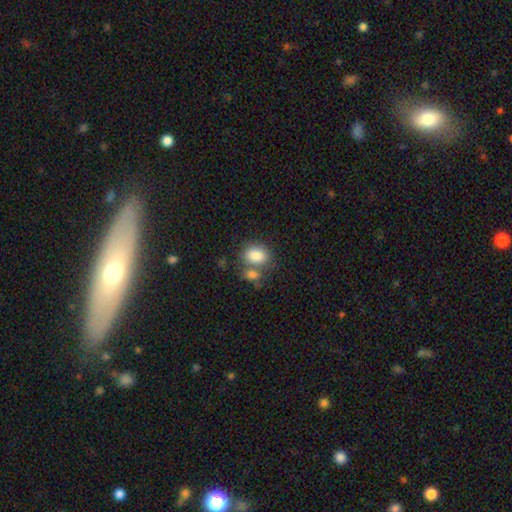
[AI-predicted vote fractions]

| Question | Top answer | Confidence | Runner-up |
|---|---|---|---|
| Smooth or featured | smooth | 84% | star or artifact (8%) |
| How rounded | in between | 70% | round (29%) |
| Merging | none | 48% | merger (34%) |